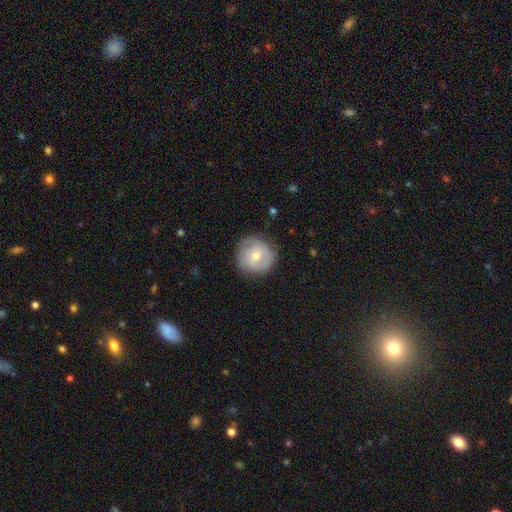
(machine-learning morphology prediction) The model was most divided on "smooth or featured": featured or disk: 50%, smooth: 43%, star or artifact: 7%. More confident: merging — none (81%).